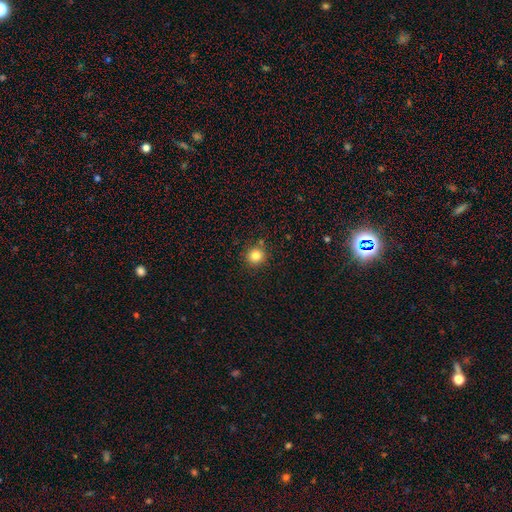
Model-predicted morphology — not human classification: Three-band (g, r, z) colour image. It shows a smooth galaxy with no disk features (82%) that is round (93%). Merging: none (86%).